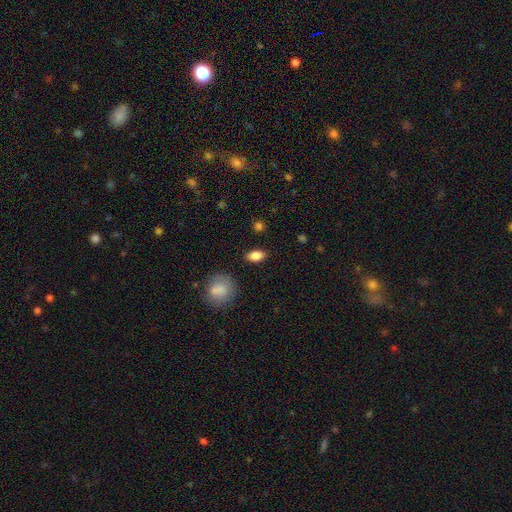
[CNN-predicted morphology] This appears to be a smooth galaxy with no disk features (84%) that is in between round and cigar-shaped (88%). Merging: none (88%).